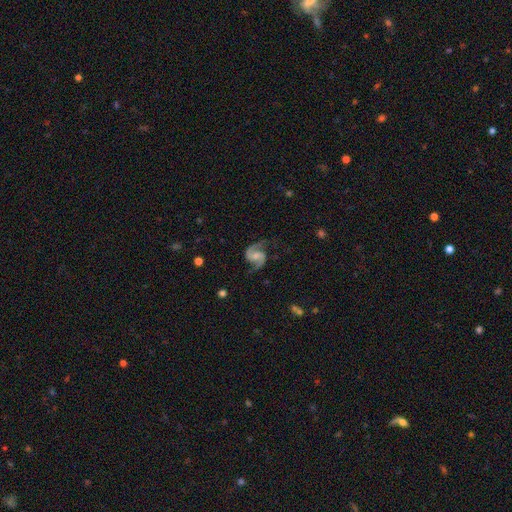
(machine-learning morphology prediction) A featured or disk galaxy (91%) with no bar (45%), 2 (94%) medium (59%) spiral arms (98%) and a moderate central bulge (38%, tied with small). Merging: none (77%).